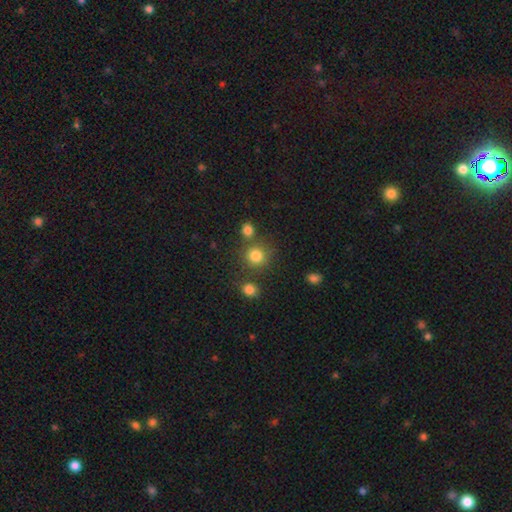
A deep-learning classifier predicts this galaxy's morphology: smooth-or-featured: smooth: 80% | star or artifact: 14% | featured or disk: 6%
  how-rounded: round: 88% | in between: 11% | cigar-shaped: 1%
  merging: none: 72% | merger: 15% | minor disturbance: 9% | major disturbance: 4%